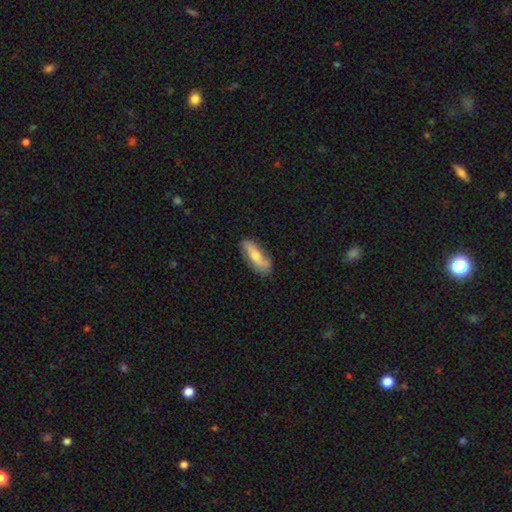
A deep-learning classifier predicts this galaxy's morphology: type=smooth (50%); merging=none (75%).